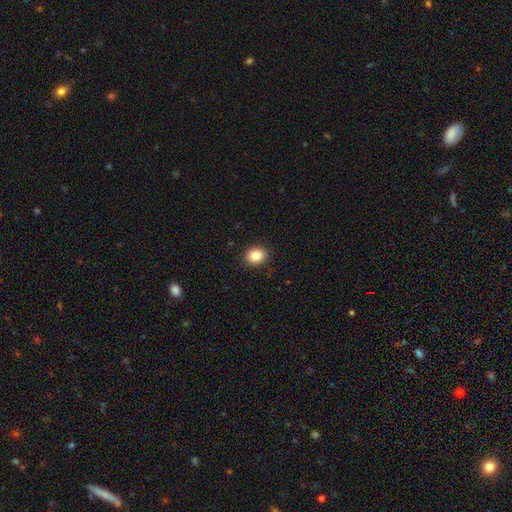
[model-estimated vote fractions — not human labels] Smooth or featured?
  - smooth: 85% *
  - star or artifact: 10%
  - featured or disk: 5%
How rounded?
  - round: 64% *
  - in between: 35%
  - cigar-shaped: 1%
Merging?
  - none: 91% *
  - minor disturbance: 6%
  - major disturbance: 2%
  - merger: 1%